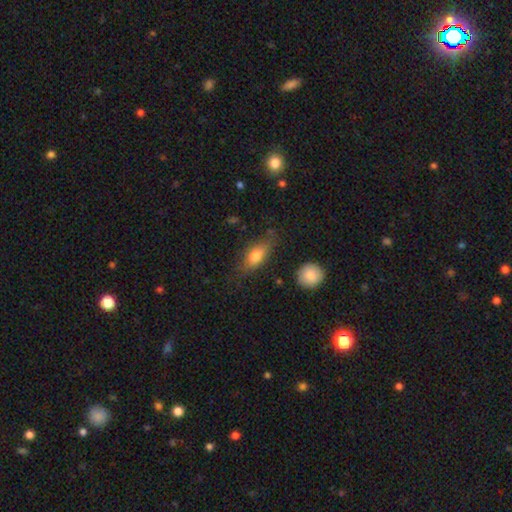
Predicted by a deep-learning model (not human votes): Smooth or featured? Predicted: smooth (p=0.73). How rounded? Predicted: in between (p=0.82). Merging? Predicted: none (p=0.64).